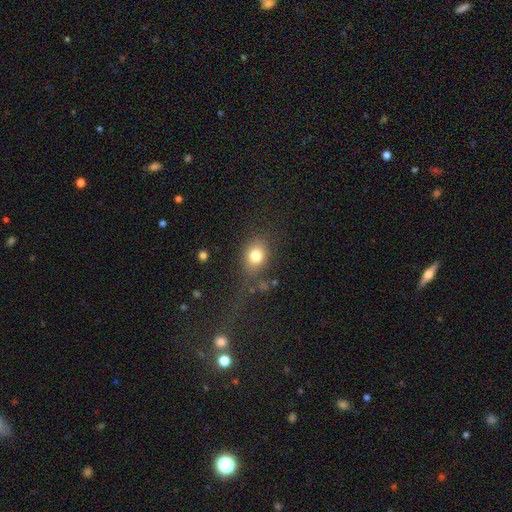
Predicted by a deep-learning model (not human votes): Morphology: type=smooth (79%); roundness=round (53%); merging=none (66%).